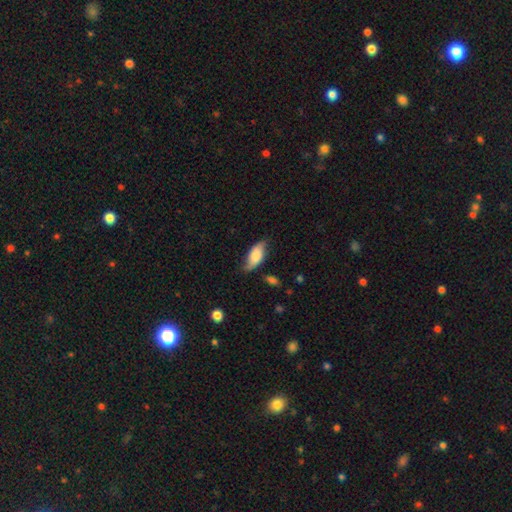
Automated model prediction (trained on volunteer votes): smooth 67%, featured or disk 26%, star or artifact 7%. Down the decision tree: how rounded — in between (87%); merging — none (60%).